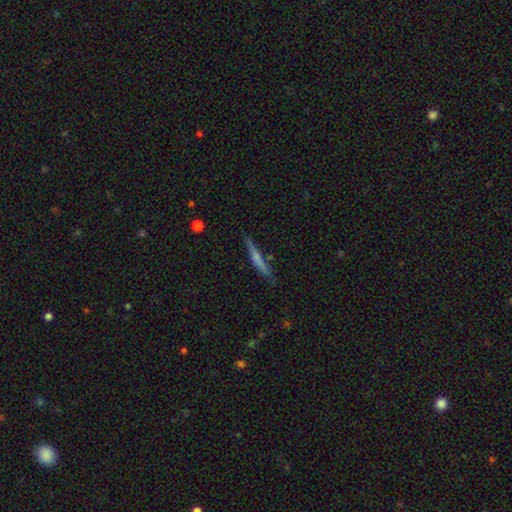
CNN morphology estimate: smooth-or-featured: smooth: 51% | featured or disk: 42% | star or artifact: 7%
  how-rounded: cigar-shaped: 94% | in between: 4% | round: 2%
  merging: none: 81% | minor disturbance: 14% | merger: 3% | major disturbance: 3%